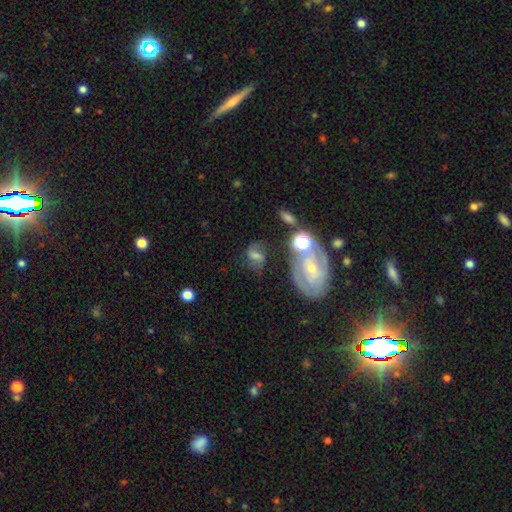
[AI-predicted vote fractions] Smooth or featured: featured or disk — 49% (smooth — 37%)
Merging: none — 53% (minor disturbance — 22%)